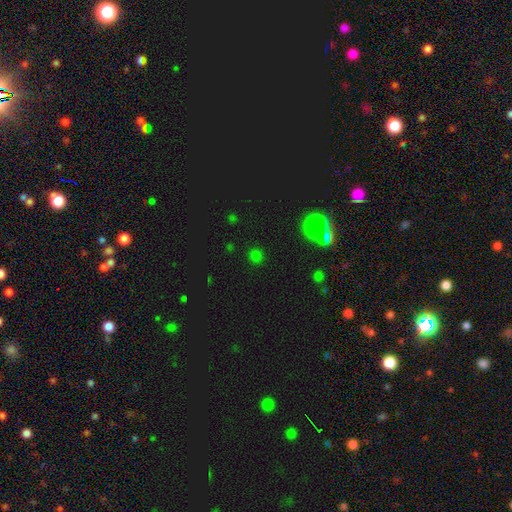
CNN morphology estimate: This appears to be a smooth galaxy with no disk features (67%) that is round (90%). Merging: none (87%).